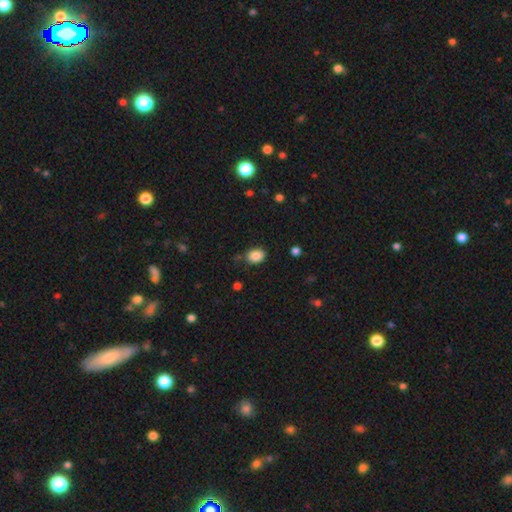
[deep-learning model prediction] The model was most divided on "how rounded": in between: 64%, round: 35%, cigar-shaped: 1%. More confident: smooth or featured — smooth (86%); merging — none (79%).